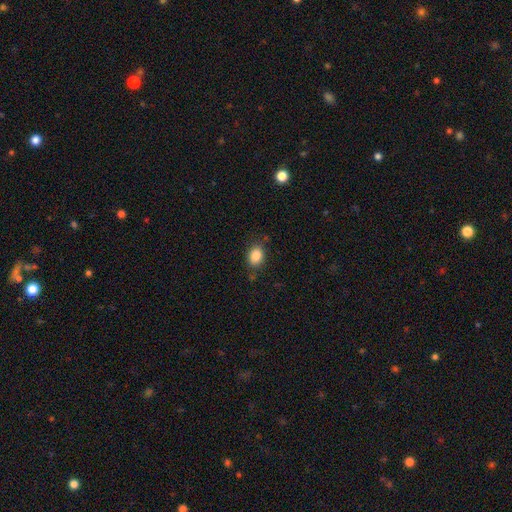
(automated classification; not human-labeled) Smooth or featured? smooth (85%)
How rounded? in between (70%)
Merging? none (78%)